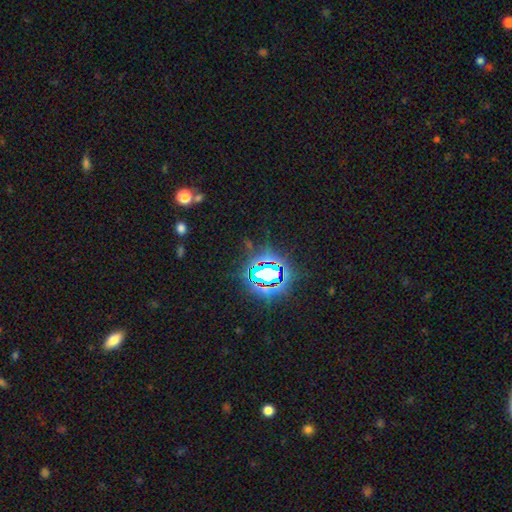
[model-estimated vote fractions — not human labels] smooth-or-featured: star or artifact: 82% | smooth: 11% | featured or disk: 7%